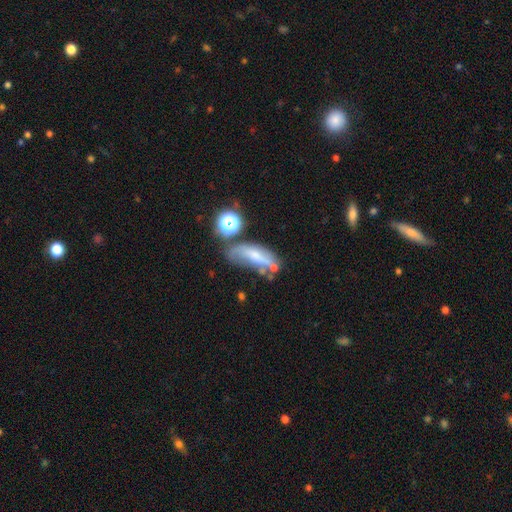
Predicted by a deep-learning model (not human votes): Smooth or featured? smooth (50%)
How rounded? in between (61%)
Merging? none (39%)